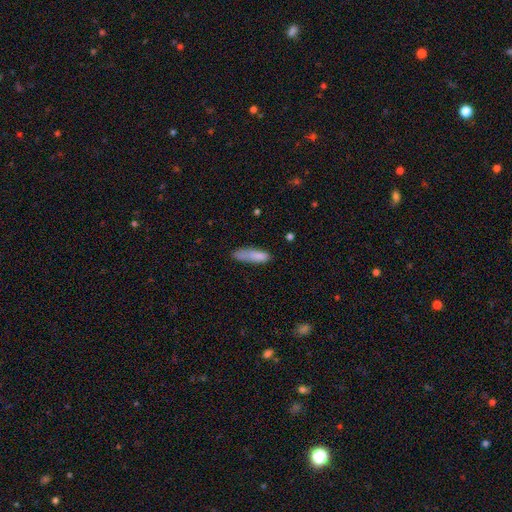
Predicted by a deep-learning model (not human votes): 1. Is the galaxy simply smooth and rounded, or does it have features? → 81% smooth, 11% featured or disk, 8% star or artifact.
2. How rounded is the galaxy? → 60% cigar-shaped, 39% in between, 2% round.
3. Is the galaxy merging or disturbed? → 51% none, 31% minor disturbance, 12% major disturbance, 5% merger.